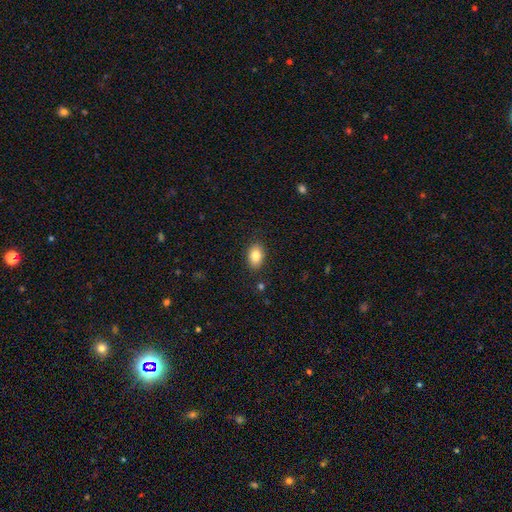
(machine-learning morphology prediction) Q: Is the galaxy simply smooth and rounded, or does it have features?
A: smooth — 82%.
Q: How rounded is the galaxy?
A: in between — 85%.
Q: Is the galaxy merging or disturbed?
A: none — 87%.